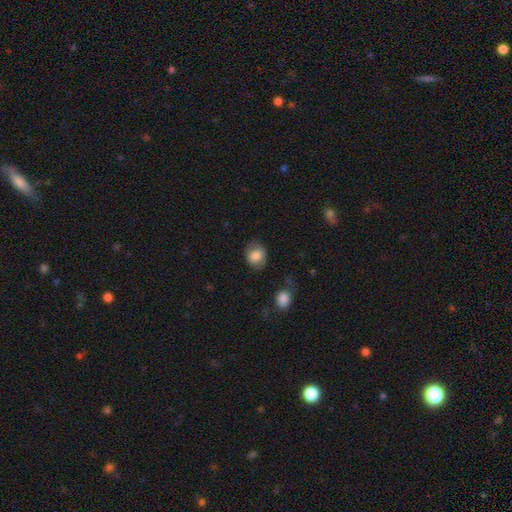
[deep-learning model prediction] Smooth or featured?
  - smooth: 79% *
  - featured or disk: 13%
  - star or artifact: 8%
How rounded?
  - in between: 51% *
  - round: 48%
  - cigar-shaped: 1%
Merging?
  - none: 74% *
  - minor disturbance: 18%
  - major disturbance: 7%
  - merger: 2%